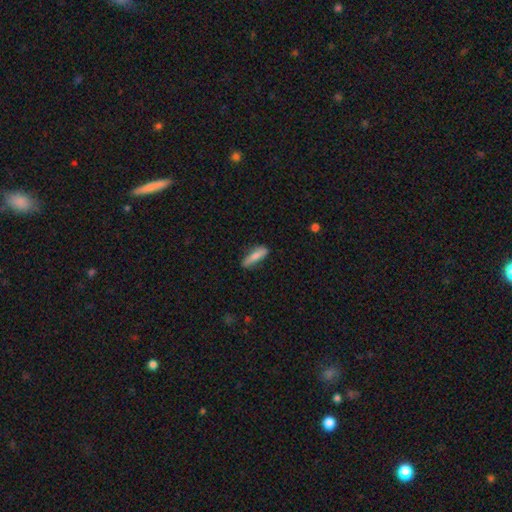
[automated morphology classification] The model was most divided on "how rounded": cigar-shaped: 66%, in between: 32%, round: 2%. More confident: smooth or featured — smooth (79%); merging — none (76%).